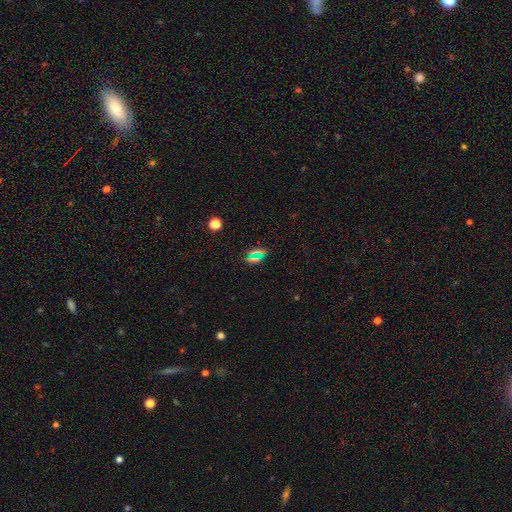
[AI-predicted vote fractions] Smooth or featured? Predicted: smooth (p=0.47). Merging? Predicted: none (p=0.69).